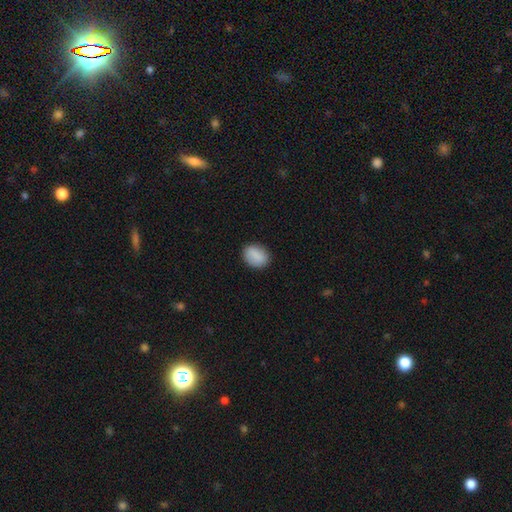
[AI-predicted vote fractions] A smooth galaxy with no disk features (87%) that is in between round and cigar-shaped (68%). Merging: none (88%).